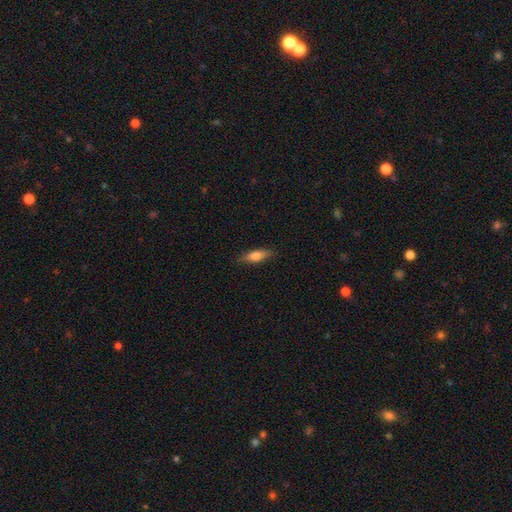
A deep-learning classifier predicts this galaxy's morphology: smooth_or_featured: smooth (p=0.65) [alt: featured or disk p=0.28]
how_rounded: in between (p=0.51) [alt: cigar-shaped p=0.46]
merging: none (p=0.84) [alt: minor disturbance p=0.12]